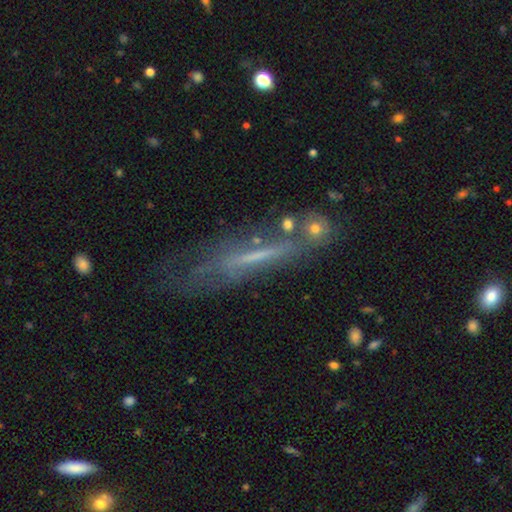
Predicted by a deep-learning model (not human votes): featured or disk 53%, smooth 27%, star or artifact 19%. Down the decision tree: edge-on disk — yes (56%); merging — none (65%).